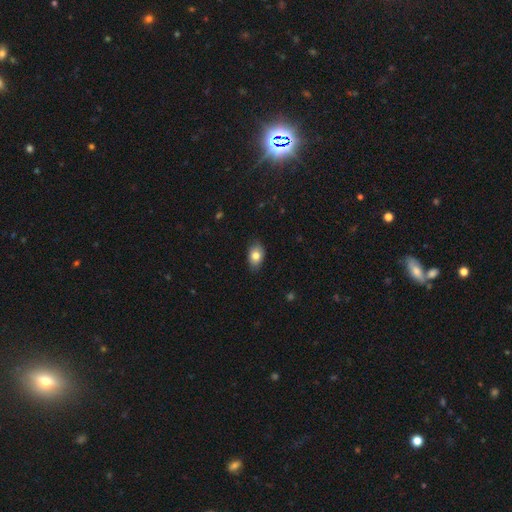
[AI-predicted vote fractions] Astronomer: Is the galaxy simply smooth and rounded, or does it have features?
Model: smooth — 80%.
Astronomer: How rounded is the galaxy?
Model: in between — 87%.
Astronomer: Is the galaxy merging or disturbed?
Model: none — 84%.